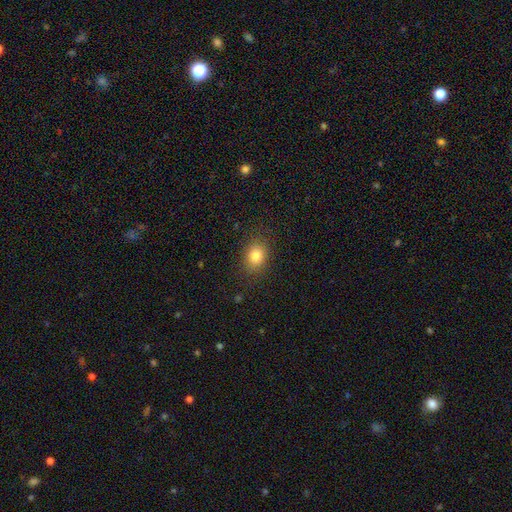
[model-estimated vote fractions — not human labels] Morphology: type=smooth (82%); roundness=in between (57%); merging=none (85%).